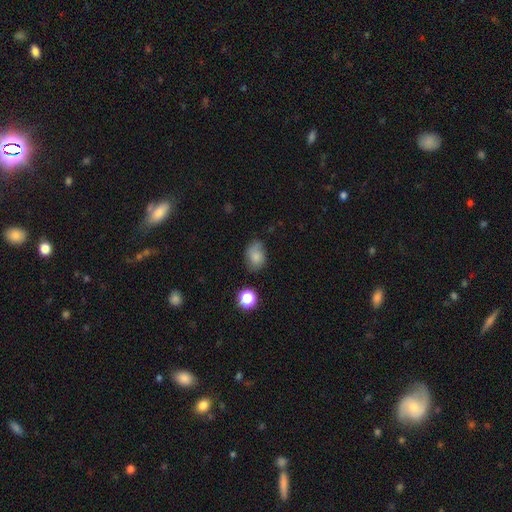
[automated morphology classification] This appears to be a smooth galaxy with no disk features (76%) that is in between round and cigar-shaped (65%). Merging: none (62%).